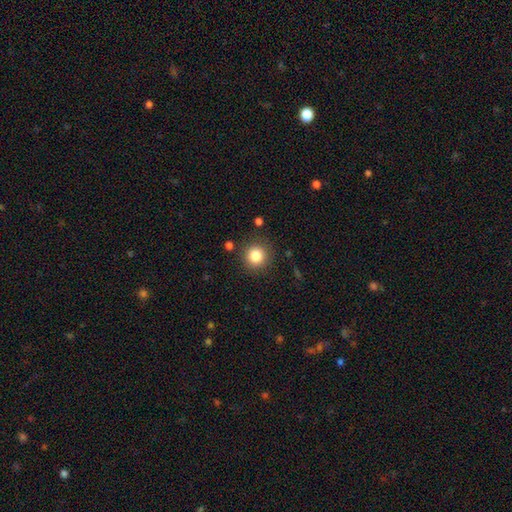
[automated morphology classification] A smooth galaxy with no disk features (83%) that is round (94%). Merging: none (88%).